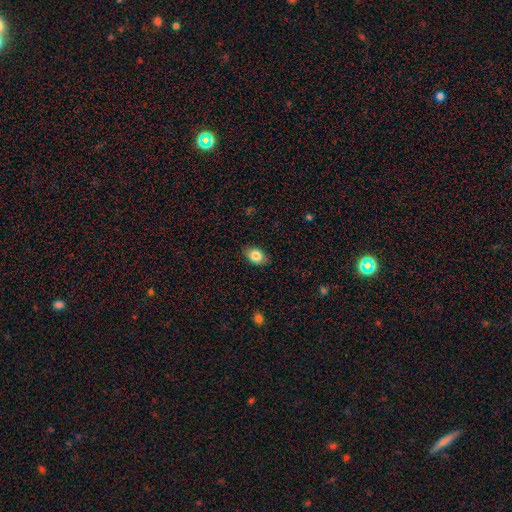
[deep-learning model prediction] Smooth or featured: smooth — 83% (featured or disk — 9%)
How rounded: in between — 81% (round — 18%)
Merging: none — 84% (minor disturbance — 12%)